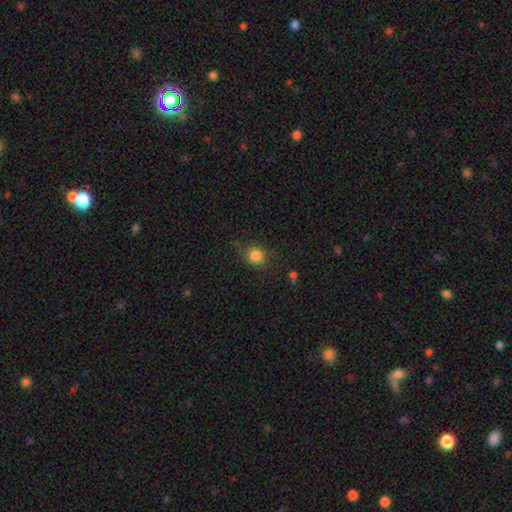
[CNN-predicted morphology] A smooth galaxy with no disk features (83%) that is round (79%). Merging: none (78%).